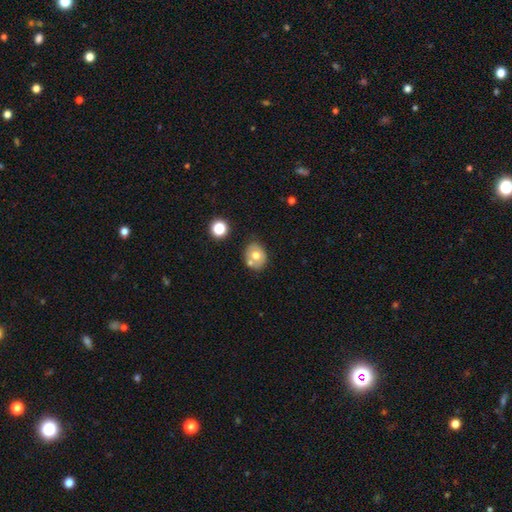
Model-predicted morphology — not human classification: Smooth or featured? Predicted: smooth (p=0.64). How rounded? Predicted: round (p=0.54). Merging? Predicted: none (p=0.61).